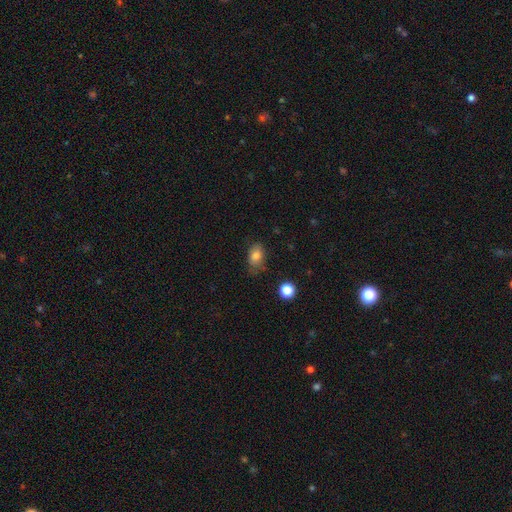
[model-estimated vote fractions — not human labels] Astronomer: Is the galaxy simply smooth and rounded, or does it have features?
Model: smooth — 81%.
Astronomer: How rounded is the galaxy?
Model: in between — 83%.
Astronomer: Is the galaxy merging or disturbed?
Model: none — 69%.